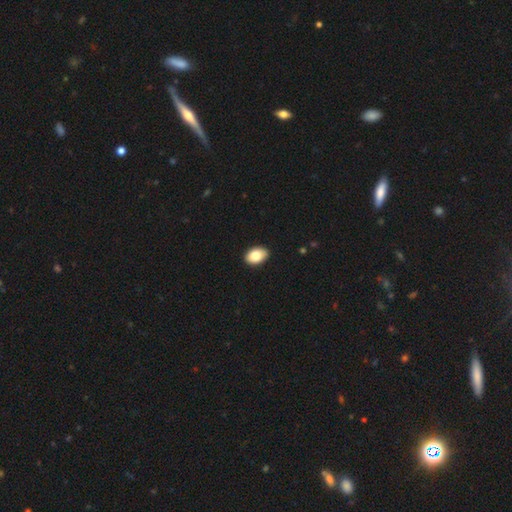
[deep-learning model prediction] Smooth or featured? Predicted: smooth (p=0.84). How rounded? Predicted: in between (p=0.87). Merging? Predicted: none (p=0.89).